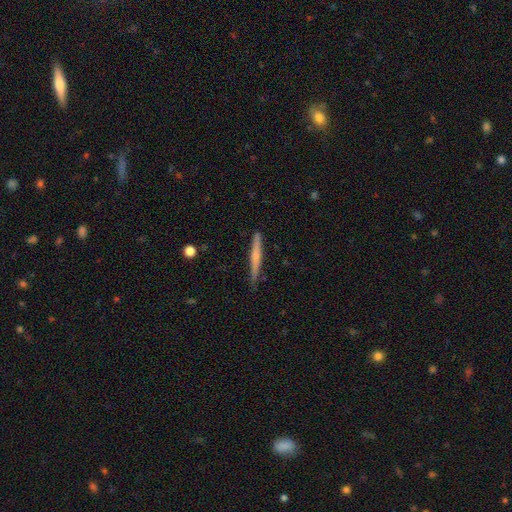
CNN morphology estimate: Overall: featured or disk (48%; smooth 46%). Merging: none (86%).